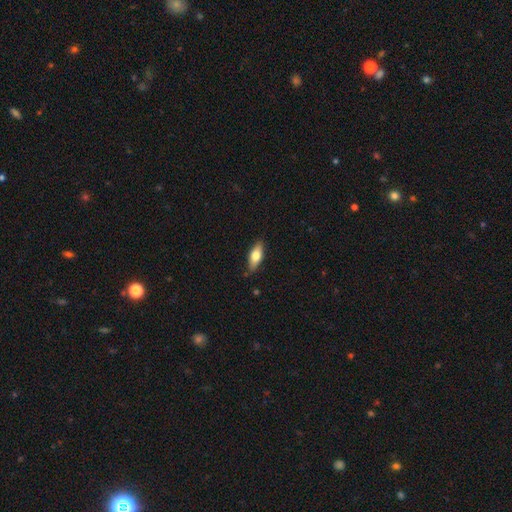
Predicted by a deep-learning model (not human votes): A smooth galaxy with no disk features (66%) that is in between round and cigar-shaped (71%).

Vote fractions:
- Smooth or featured? smooth: 66% / featured or disk: 27% / star or artifact: 6%
- How rounded? in between: 71% / cigar-shaped: 26% / round: 3%
- Merging? none: 82% / minor disturbance: 14% / major disturbance: 2% / merger: 1%